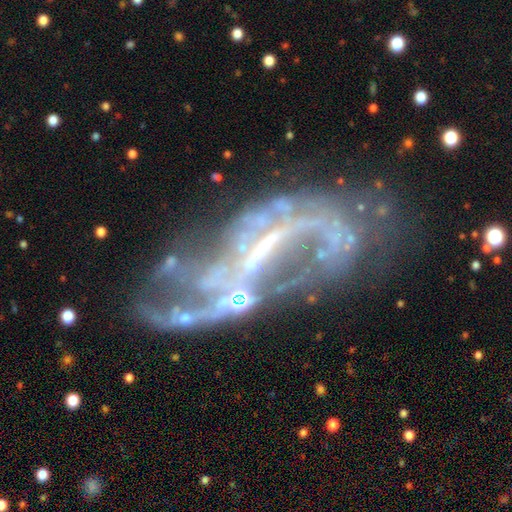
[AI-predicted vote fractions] Smooth or featured? Predicted: featured or disk (p=0.82). Edge-on disk? Predicted: no (p=0.94). Bar? Predicted: strong (p=0.39). Spiral arms? Predicted: yes (p=0.78). Spiral winding? Predicted: loose (p=0.56). Spiral arm count? Predicted: 2 (p=0.47). Bulge size? Predicted: small (p=0.44). Merging? Predicted: none (p=0.39).